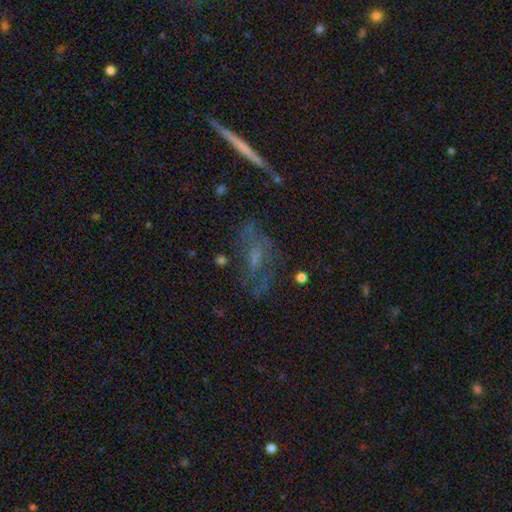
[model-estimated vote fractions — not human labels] Smooth or featured? Predicted: featured or disk (p=0.60). Edge-on disk? Predicted: no (p=0.85). Bar? Predicted: no (p=0.49). Spiral arms? Predicted: yes (p=0.52). Bulge size? Predicted: none (p=0.33). Merging? Predicted: none (p=0.53).